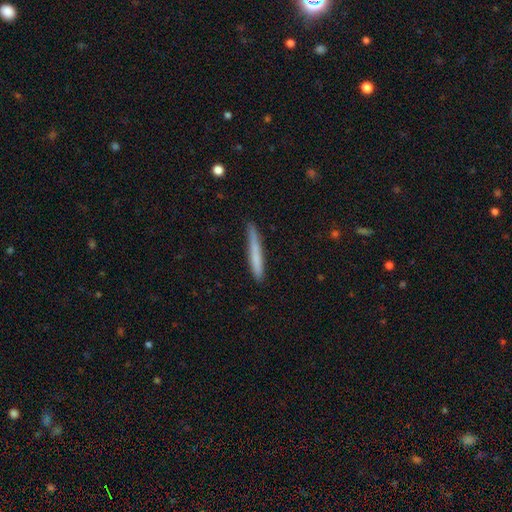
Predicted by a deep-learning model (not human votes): This appears to be a smooth galaxy with no disk features (70%) that is cigar-shaped (97%). Merging: none (84%).